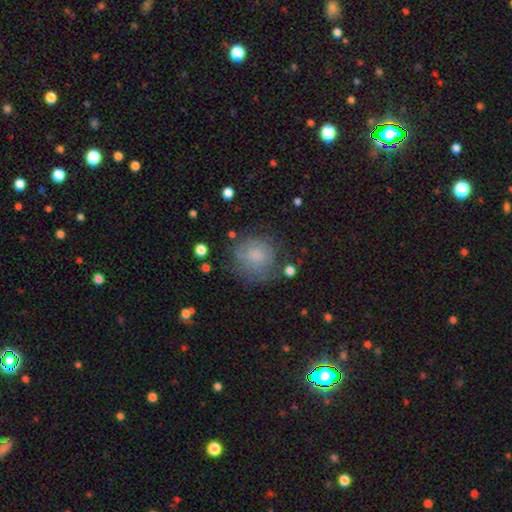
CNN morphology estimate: Q: Smooth or featured?
A: smooth (60%); runner-up: featured or disk (30%)
Q: How rounded?
A: round (85%); runner-up: in between (14%)
Q: Merging?
A: none (62%); runner-up: minor disturbance (22%)